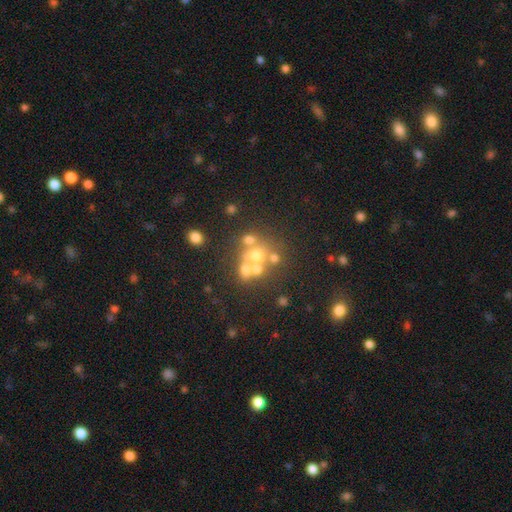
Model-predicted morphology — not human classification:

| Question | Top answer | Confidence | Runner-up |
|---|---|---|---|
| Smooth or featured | smooth | 43% | featured or disk (33%) |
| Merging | none | 43% | merger (41%) |